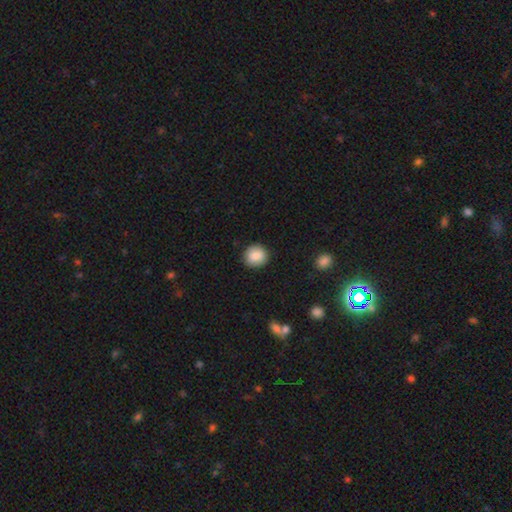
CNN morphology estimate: Smooth or featured? smooth (86%)
How rounded? round (88%)
Merging? none (89%)